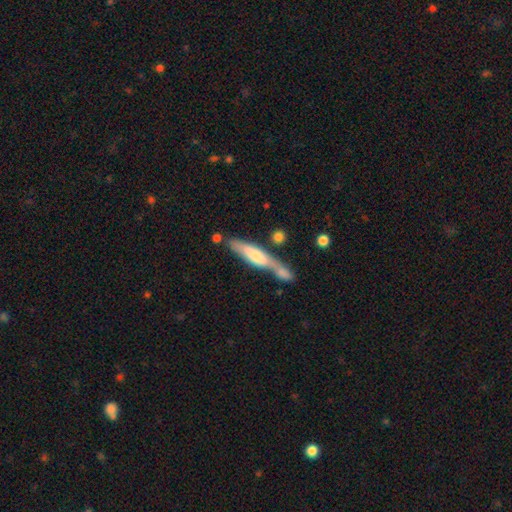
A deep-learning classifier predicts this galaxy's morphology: smooth-or-featured: smooth: 60% | featured or disk: 34% | star or artifact: 5%
  how-rounded: cigar-shaped: 76% | in between: 22% | round: 2%
  merging: merger: 44% | none: 34% | minor disturbance: 14% | major disturbance: 7%